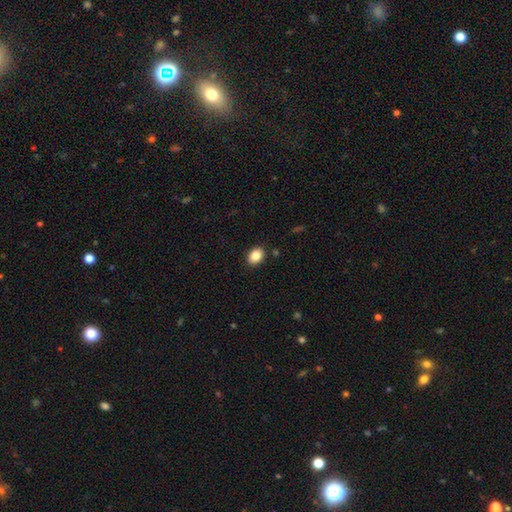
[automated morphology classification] A smooth galaxy with no disk features (85%) that is in between round and cigar-shaped (69%).

Vote fractions:
- Smooth or featured? smooth: 85% / star or artifact: 9% / featured or disk: 6%
- How rounded? in between: 69% / round: 31% / cigar-shaped: 1%
- Merging? none: 88% / minor disturbance: 8% / major disturbance: 2% / merger: 2%